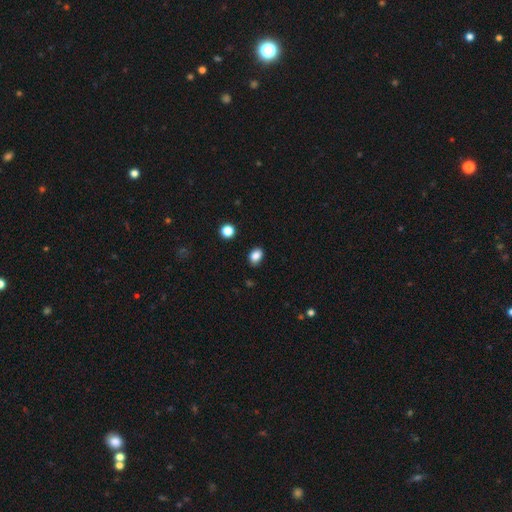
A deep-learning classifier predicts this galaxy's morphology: Overall: smooth (86%). How rounded: in between (74%). Merging: none (85%).